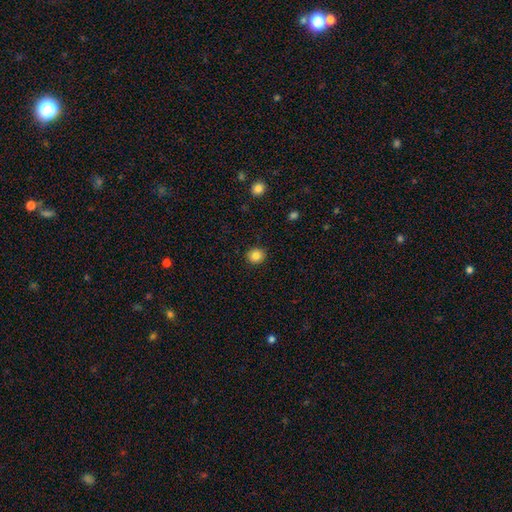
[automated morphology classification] Overall: smooth (84%). How rounded: round (85%). Merging: none (91%).